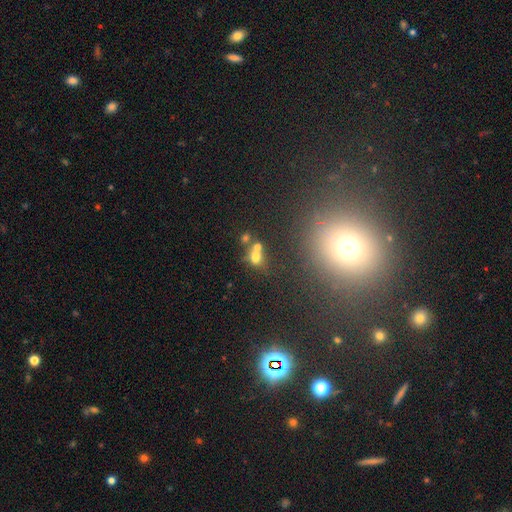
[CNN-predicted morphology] This appears to be a smooth galaxy with no disk features (65%) that is round (60%). Merging: merger (52%).